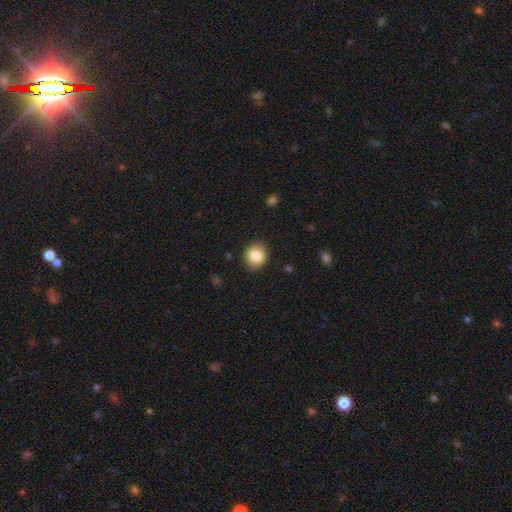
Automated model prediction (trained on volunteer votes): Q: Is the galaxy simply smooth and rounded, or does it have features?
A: smooth — 83%.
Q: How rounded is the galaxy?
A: round — 74%.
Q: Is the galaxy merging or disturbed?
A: none — 90%.